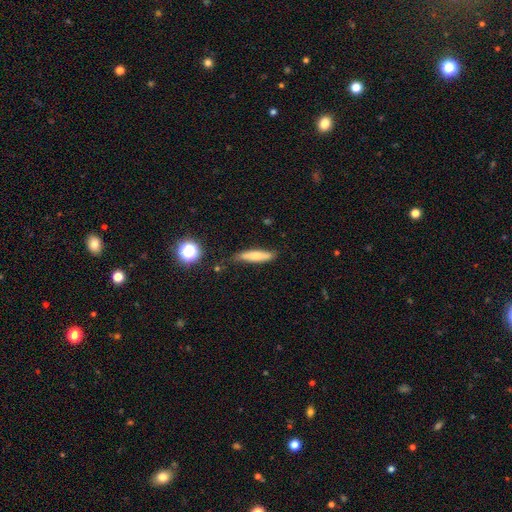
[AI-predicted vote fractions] This is likely a smooth galaxy (69%). How rounded: likely cigar-shaped (77%). Merging: likely none (70%).